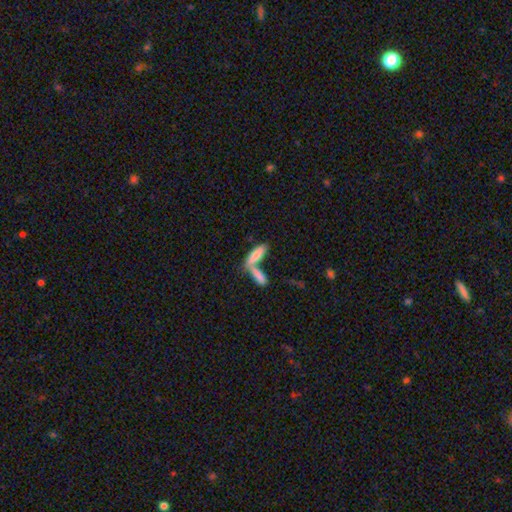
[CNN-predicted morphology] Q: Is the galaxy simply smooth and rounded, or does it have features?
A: smooth — 74%.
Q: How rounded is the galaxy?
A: cigar-shaped — 52%.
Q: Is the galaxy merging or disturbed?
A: merger — 59%.